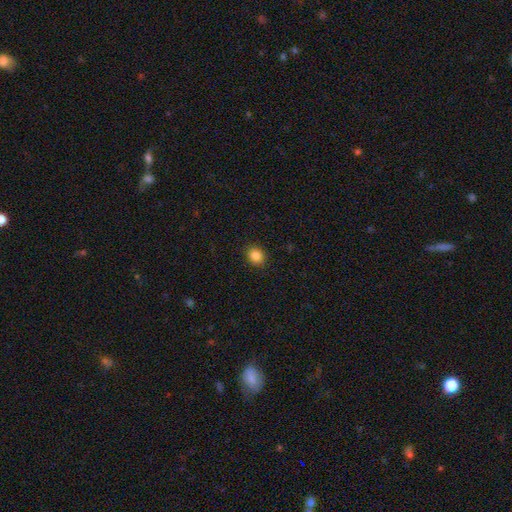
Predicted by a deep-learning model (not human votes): smooth_or_featured: smooth (p=0.85) [alt: star or artifact p=0.10]
how_rounded: round (p=0.65) [alt: in between p=0.34]
merging: none (p=0.90) [alt: minor disturbance p=0.07]